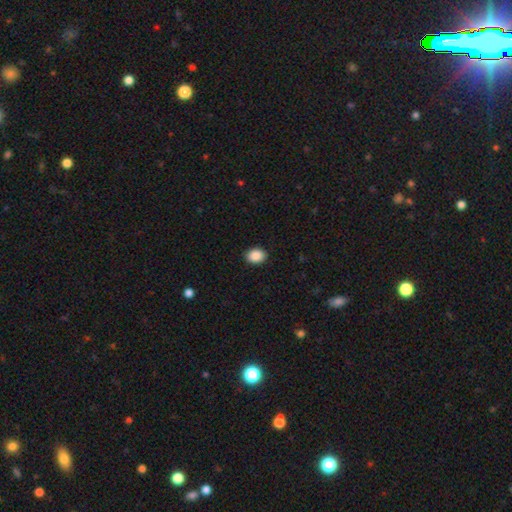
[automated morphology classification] A smooth galaxy with no disk features (89%) that is in between round and cigar-shaped (62%). Merging: none (90%).